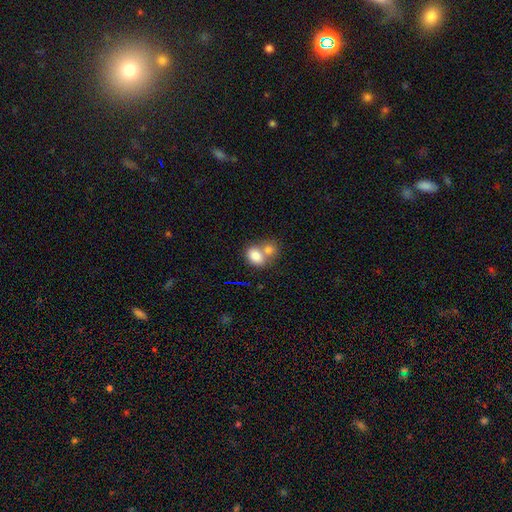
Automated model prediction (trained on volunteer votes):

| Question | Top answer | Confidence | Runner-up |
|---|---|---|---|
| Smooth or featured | smooth | 80% | featured or disk (11%) |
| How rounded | in between | 63% | round (36%) |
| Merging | merger | 58% | none (30%) |